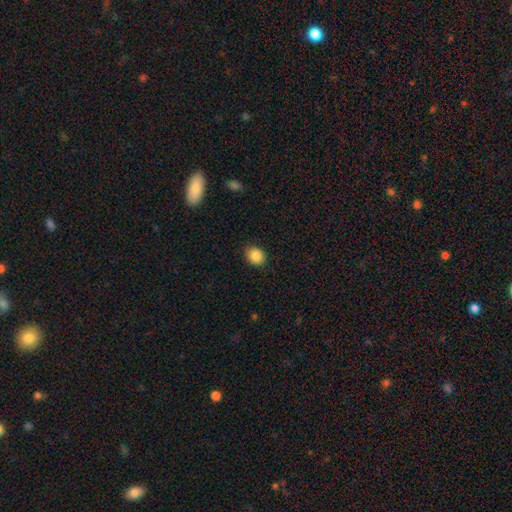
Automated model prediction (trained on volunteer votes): Smooth or featured? smooth (87%)
How rounded? round (65%)
Merging? none (85%)